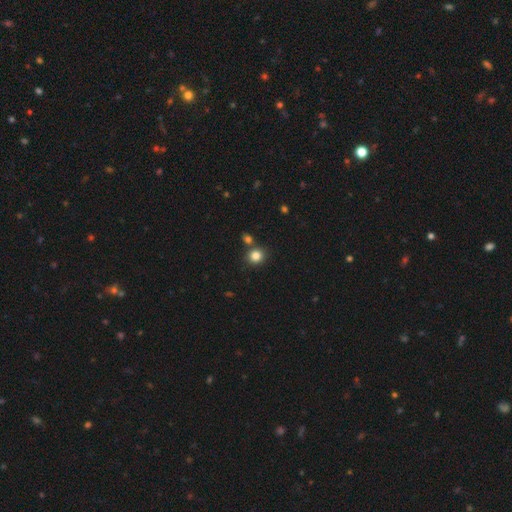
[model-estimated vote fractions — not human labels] Smooth or featured? Predicted: smooth (p=0.83). How rounded? Predicted: round (p=0.82). Merging? Predicted: none (p=0.74).